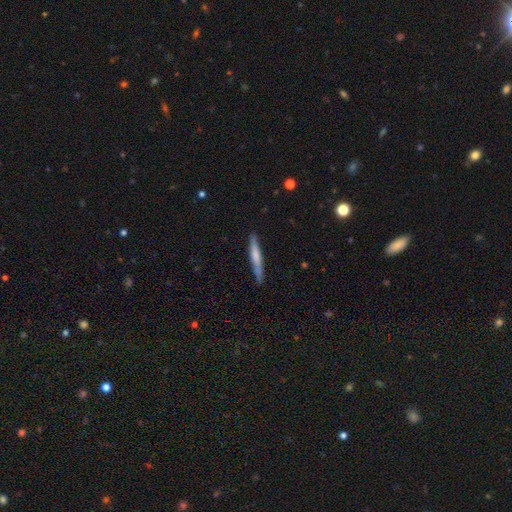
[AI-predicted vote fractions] This is likely a smooth galaxy (61%). How rounded: clearly cigar-shaped (95%). Merging: clearly none (82%).